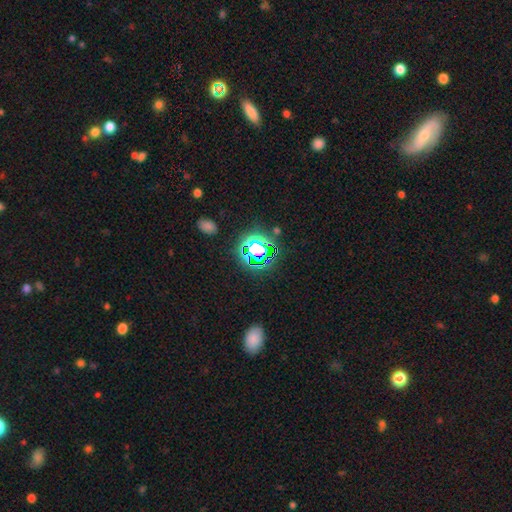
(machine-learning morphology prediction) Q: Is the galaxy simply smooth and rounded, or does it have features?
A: star or artifact — 70%.